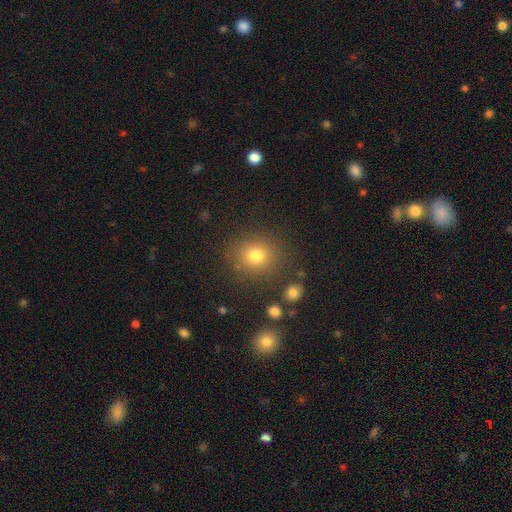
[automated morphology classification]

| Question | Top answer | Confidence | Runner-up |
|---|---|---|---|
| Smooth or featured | smooth | 77% | star or artifact (15%) |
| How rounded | round | 79% | in between (20%) |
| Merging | none | 84% | minor disturbance (9%) |